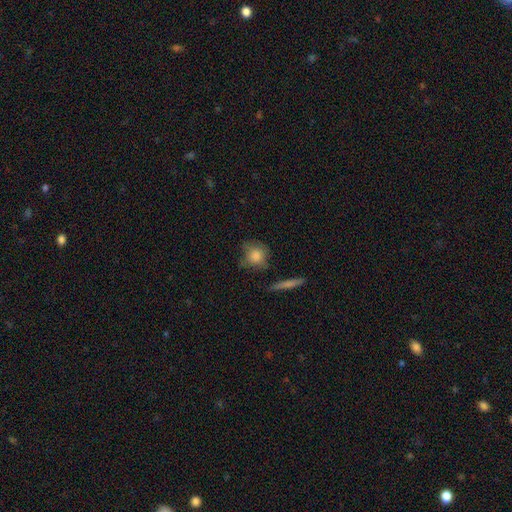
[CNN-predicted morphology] Q: Smooth or featured?
A: smooth (79%); runner-up: featured or disk (13%)
Q: How rounded?
A: round (81%); runner-up: in between (16%)
Q: Merging?
A: none (63%); runner-up: minor disturbance (23%)